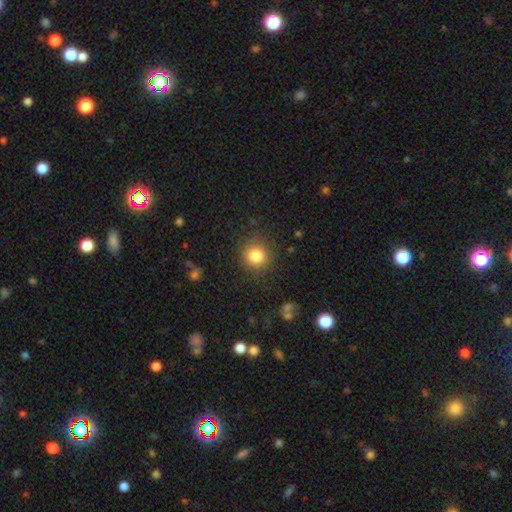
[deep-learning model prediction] Morphology: type=smooth (82%); roundness=round (90%); merging=none (87%).